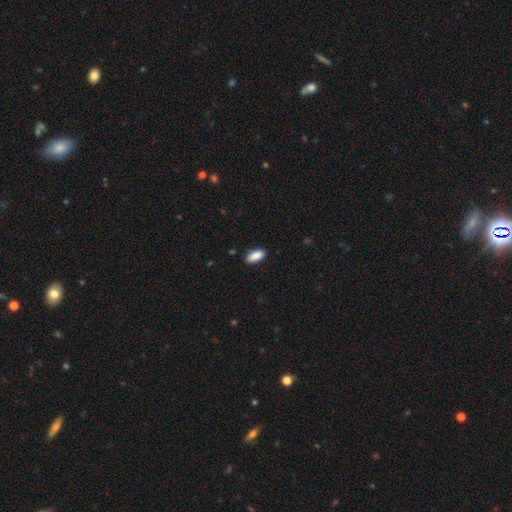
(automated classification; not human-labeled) This is clearly a smooth galaxy (89%). How rounded: clearly in between (84%). Merging: clearly none (86%).